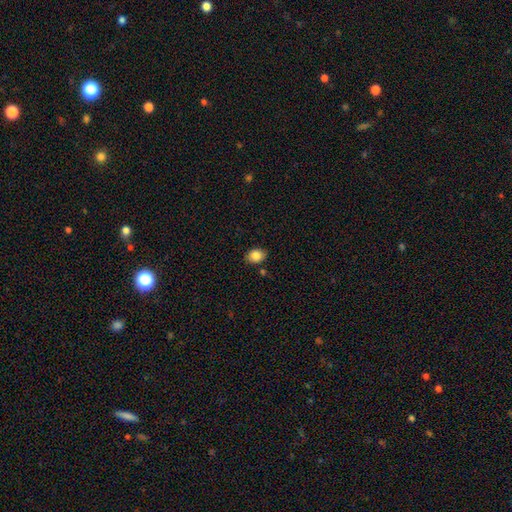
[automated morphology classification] Smooth or featured? smooth (84%)
How rounded? in between (65%)
Merging? none (84%)